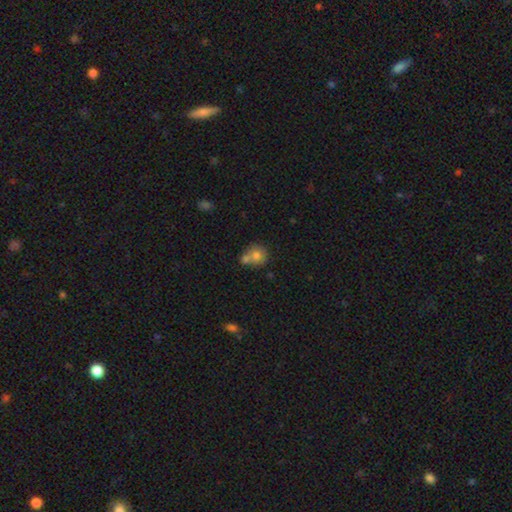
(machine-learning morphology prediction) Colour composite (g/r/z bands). It shows a smooth galaxy with no disk features (74%) that is round (82%). Merging: merger (45%).